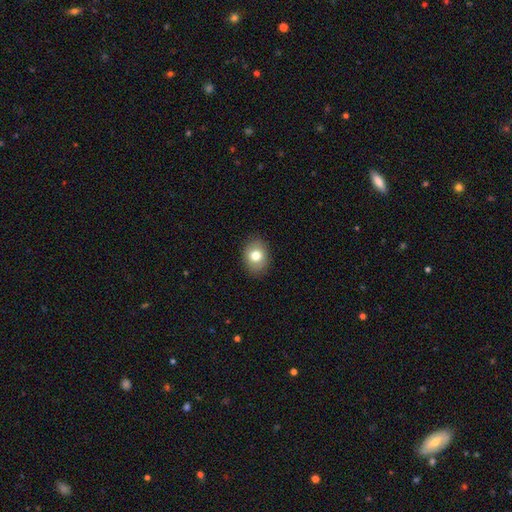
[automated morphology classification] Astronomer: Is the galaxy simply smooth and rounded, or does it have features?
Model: smooth — 78%.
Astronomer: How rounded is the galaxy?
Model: in between — 53% (runner-up: round, 46%).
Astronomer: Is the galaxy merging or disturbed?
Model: none — 87%.